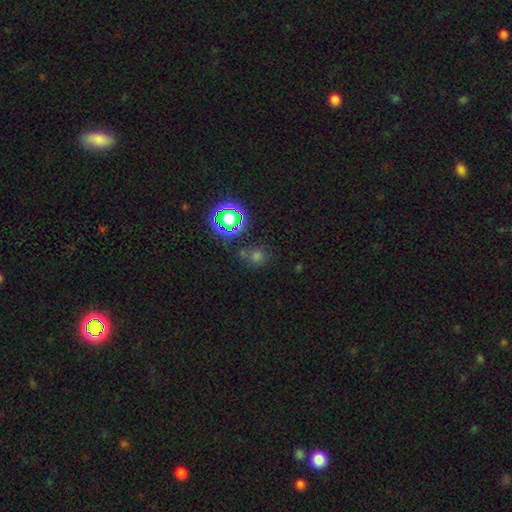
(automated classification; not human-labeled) A smooth galaxy with no disk features (52%) that is round (87%). Merging: none (72%).